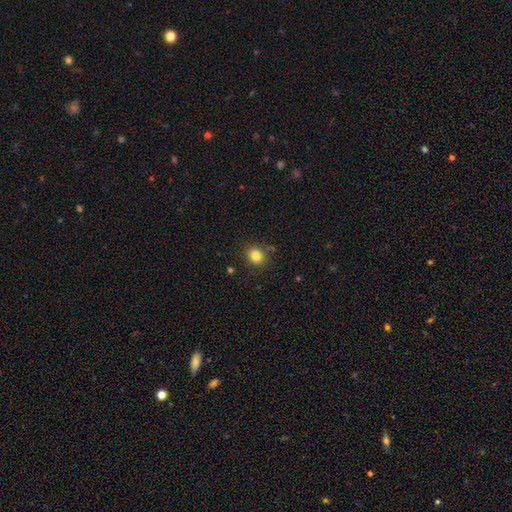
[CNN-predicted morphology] smooth 82%, star or artifact 12%, featured or disk 6%. Down the decision tree: how rounded — round (73%); merging — none (84%).